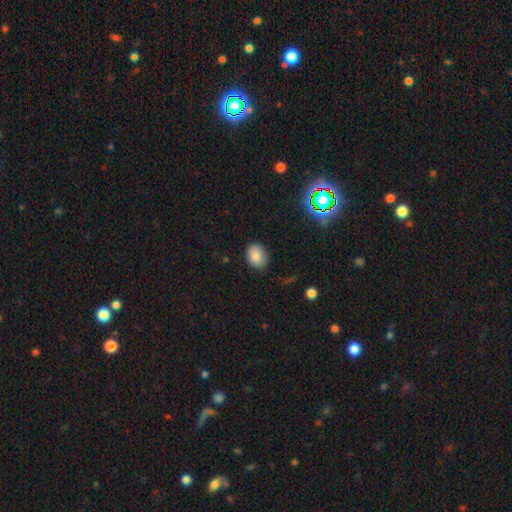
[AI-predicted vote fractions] The model was most divided on "how rounded": in between: 71%, round: 28%, cigar-shaped: 1%. More confident: smooth or featured — smooth (86%); merging — none (83%).